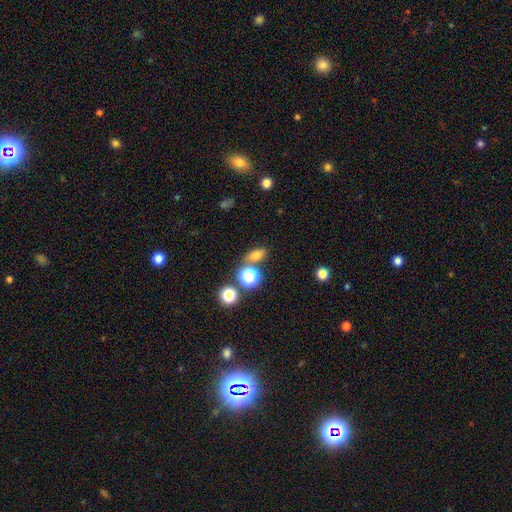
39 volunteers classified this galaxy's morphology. Smooth or featured? 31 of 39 (79%) said smooth. How rounded? 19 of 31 (61%) said in between. Merging? 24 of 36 (67%) said none.